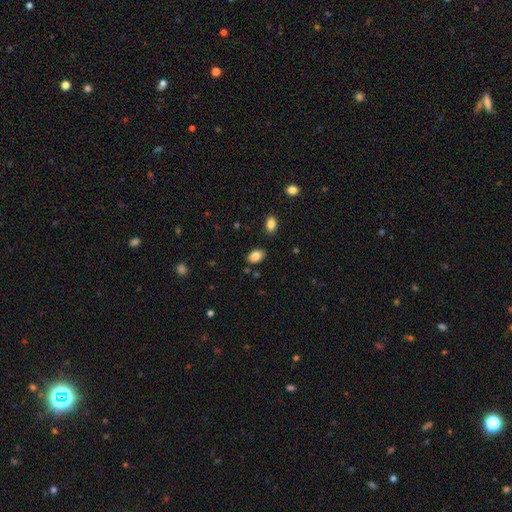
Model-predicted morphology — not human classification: Smooth or featured? Predicted: smooth (p=0.84). How rounded? Predicted: in between (p=0.85). Merging? Predicted: none (p=0.83).